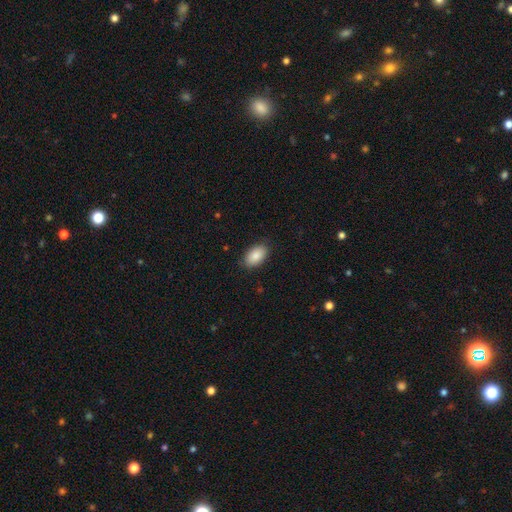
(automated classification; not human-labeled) Q: Smooth or featured?
A: smooth (87%); runner-up: star or artifact (7%)
Q: How rounded?
A: in between (94%); runner-up: round (5%)
Q: Merging?
A: none (86%); runner-up: minor disturbance (11%)